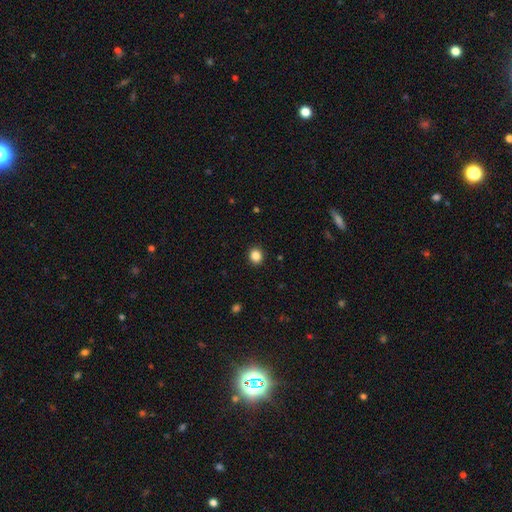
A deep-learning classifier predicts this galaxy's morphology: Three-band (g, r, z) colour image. It shows a smooth galaxy with no disk features (86%) that is round (79%). Merging: none (92%).